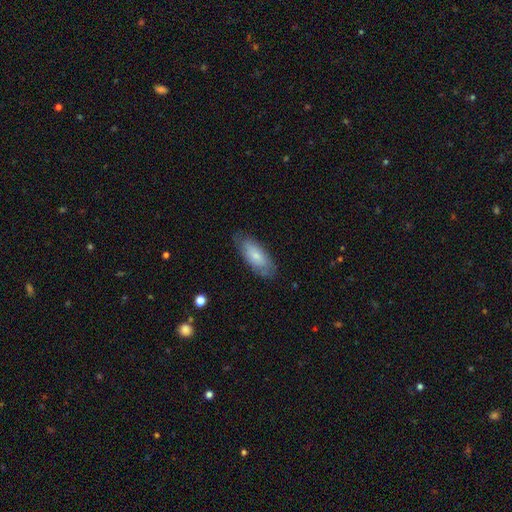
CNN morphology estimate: Smooth or featured?
  - smooth: 73% *
  - featured or disk: 21%
  - star or artifact: 6%
How rounded?
  - in between: 83% *
  - cigar-shaped: 15%
  - round: 2%
Merging?
  - none: 76% *
  - minor disturbance: 19%
  - major disturbance: 4%
  - merger: 1%